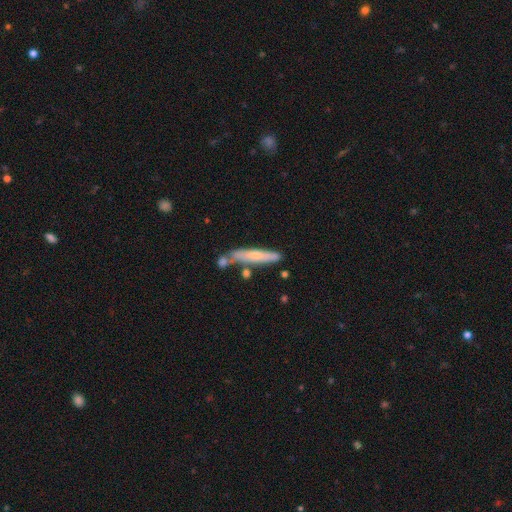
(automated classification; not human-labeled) smooth 56%, featured or disk 37%, star or artifact 6%. Down the decision tree: how rounded — cigar-shaped (91%); merging — none (65%).